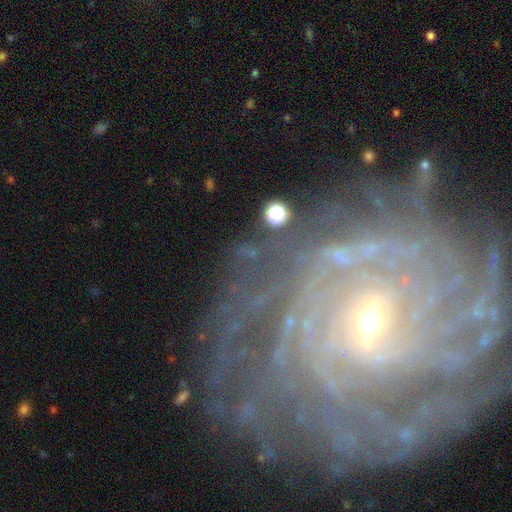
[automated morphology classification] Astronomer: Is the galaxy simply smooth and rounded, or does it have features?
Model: featured or disk — 84%.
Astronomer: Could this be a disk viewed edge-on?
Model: no — 96%.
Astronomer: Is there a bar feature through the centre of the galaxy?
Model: weak — 42% (runner-up: strong, 31%).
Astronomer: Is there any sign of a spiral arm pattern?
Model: yes — 92%.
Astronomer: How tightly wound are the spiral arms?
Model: tight — 79%.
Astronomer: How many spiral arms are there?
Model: can't tell — 33% (runner-up: more than 4, 31%).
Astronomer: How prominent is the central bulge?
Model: small — 57% (runner-up: moderate, 37%).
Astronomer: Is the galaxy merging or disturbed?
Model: none — 67%.